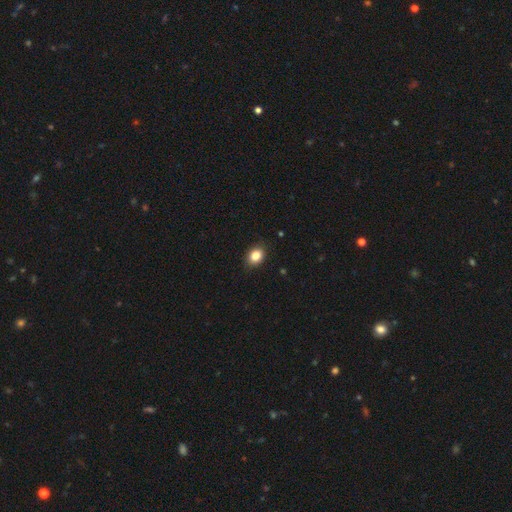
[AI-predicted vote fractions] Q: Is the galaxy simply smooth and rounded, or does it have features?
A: smooth — 85%.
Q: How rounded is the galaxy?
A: in between — 57%.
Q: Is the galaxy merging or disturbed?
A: none — 86%.